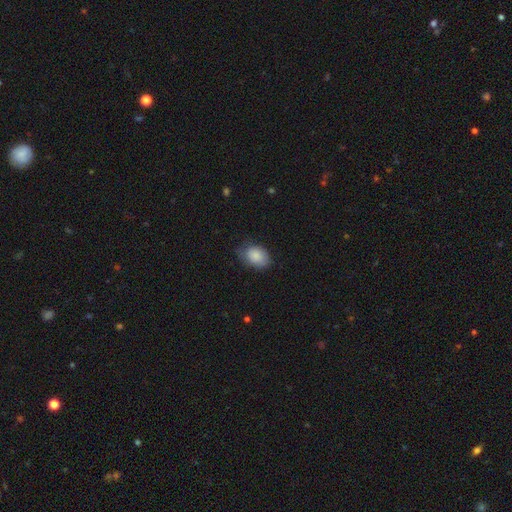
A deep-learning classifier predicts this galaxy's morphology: Smooth or featured: smooth — 87% (star or artifact — 7%)
How rounded: in between — 77% (round — 22%)
Merging: none — 68% (minor disturbance — 25%)